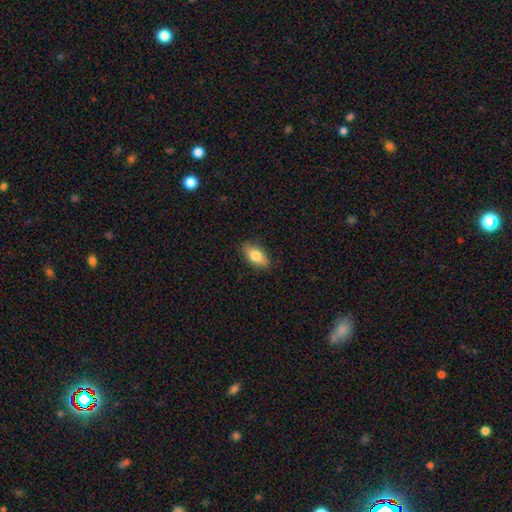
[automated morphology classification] smooth_or_featured: smooth (p=0.77) [alt: featured or disk p=0.17]
how_rounded: in between (p=0.86) [alt: cigar-shaped p=0.10]
merging: none (p=0.86) [alt: minor disturbance p=0.11]